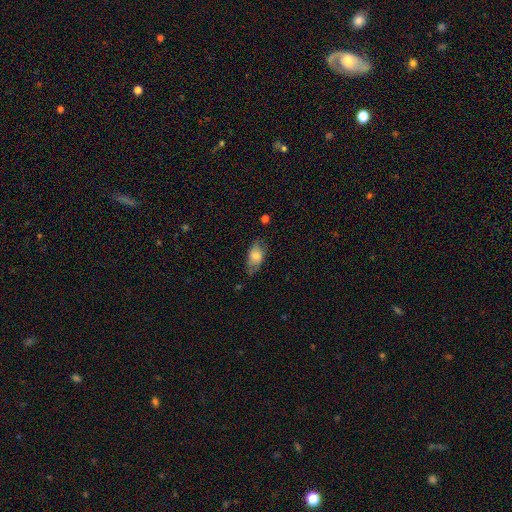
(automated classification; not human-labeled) Smooth or featured? Predicted: smooth (p=0.69). How rounded? Predicted: in between (p=0.88). Merging? Predicted: none (p=0.59).